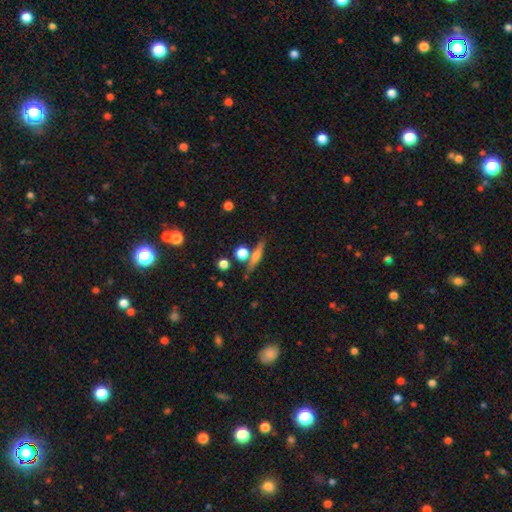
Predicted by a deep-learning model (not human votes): Smooth or featured? featured or disk (45%, tied with smooth)
Merging? none (73%)